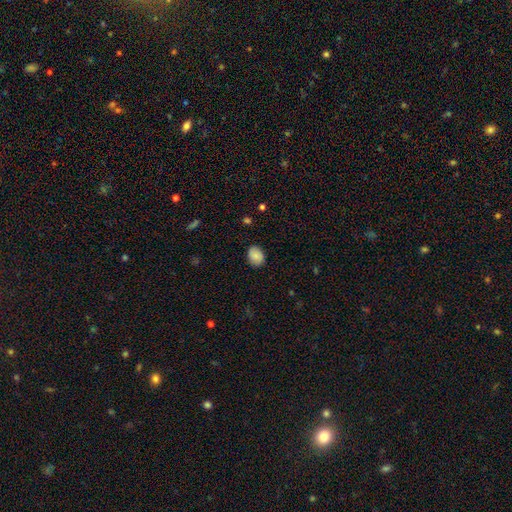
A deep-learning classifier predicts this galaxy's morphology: This is clearly a smooth galaxy (84%). How rounded: possibly in between (58%). Merging: clearly none (83%).